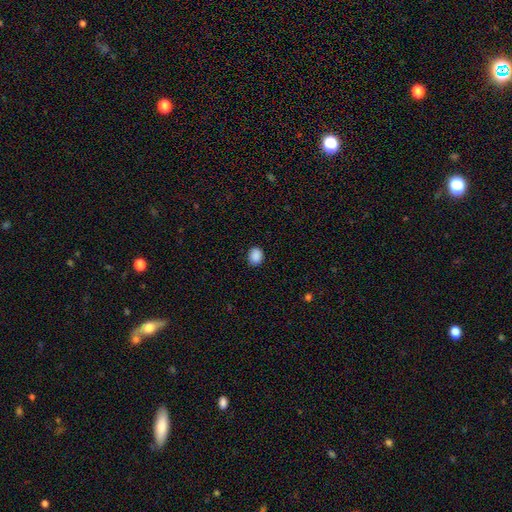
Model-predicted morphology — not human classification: A smooth galaxy with no disk features (89%) that is round (53%). Merging: none (88%).